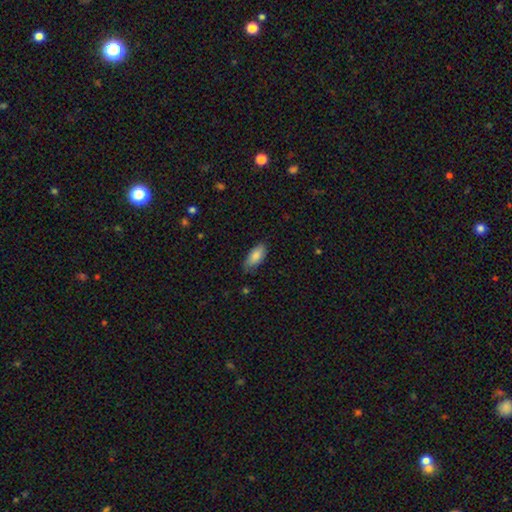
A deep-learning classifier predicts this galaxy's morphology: Smooth or featured? smooth (85%)
How rounded? in between (88%)
Merging? none (74%)